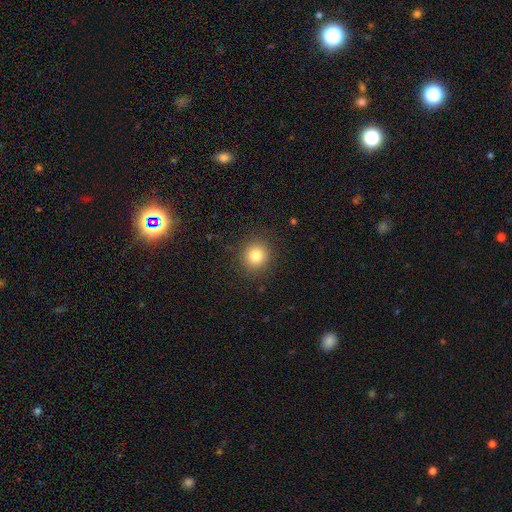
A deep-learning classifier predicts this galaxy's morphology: Overall: smooth (82%). How rounded: round (90%). Merging: none (88%).